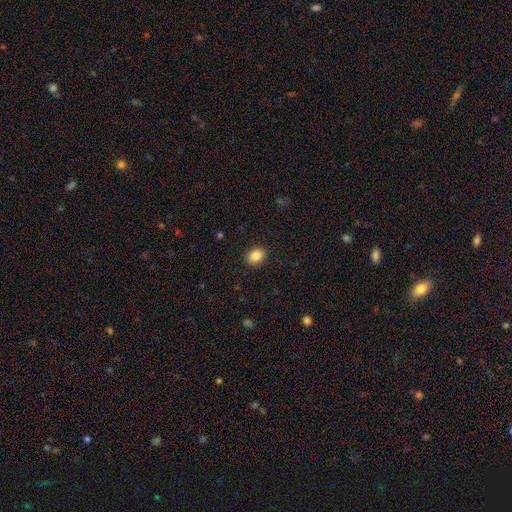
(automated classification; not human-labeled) Smooth or featured?
  - smooth: 85% *
  - star or artifact: 9%
  - featured or disk: 5%
How rounded?
  - round: 50% *
  - in between: 49%
  - cigar-shaped: 1%
Merging?
  - none: 90% *
  - minor disturbance: 7%
  - major disturbance: 2%
  - merger: 1%